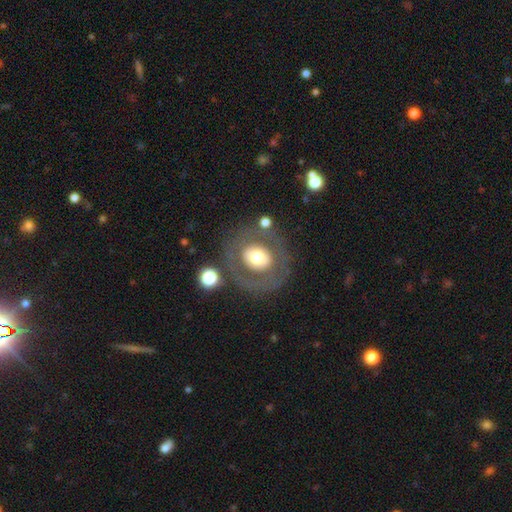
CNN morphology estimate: smooth_or_featured: smooth (p=0.49) [alt: featured or disk p=0.43]
merging: none (p=0.74) [alt: minor disturbance p=0.12]